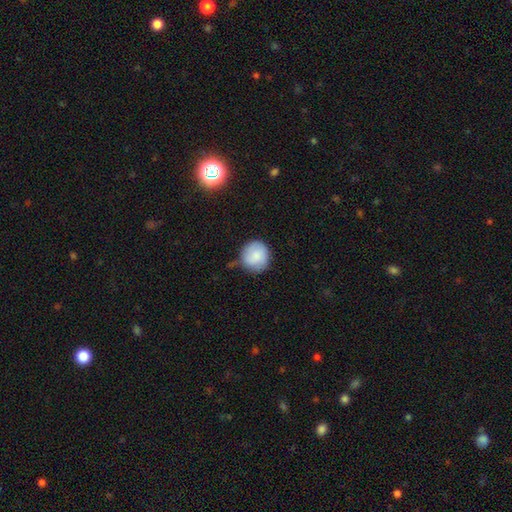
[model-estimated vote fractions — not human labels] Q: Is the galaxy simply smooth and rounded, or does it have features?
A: smooth — 81%.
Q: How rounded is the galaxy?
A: round — 90%.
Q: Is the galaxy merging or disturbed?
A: none — 65%.